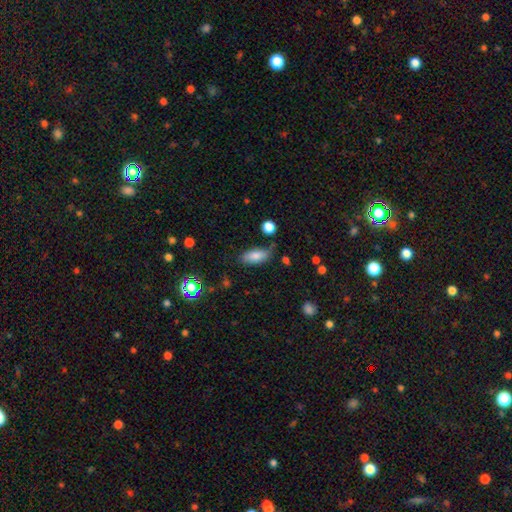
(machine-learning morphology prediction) smooth_or_featured: smooth (p=0.80) [alt: featured or disk p=0.12]
how_rounded: in between (p=0.83) [alt: cigar-shaped p=0.14]
merging: none (p=0.70) [alt: minor disturbance p=0.21]